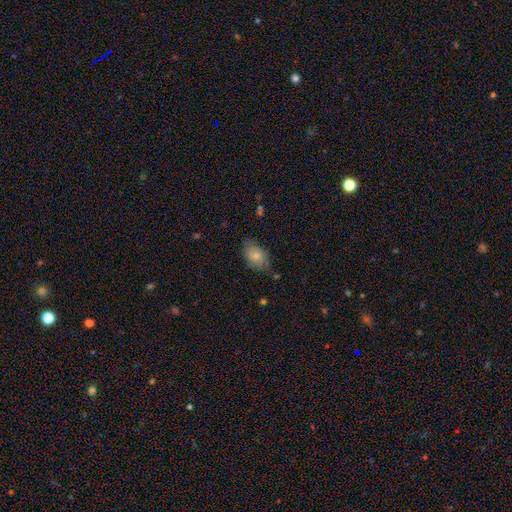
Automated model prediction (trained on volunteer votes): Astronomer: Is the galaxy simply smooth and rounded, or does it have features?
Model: smooth — 78%.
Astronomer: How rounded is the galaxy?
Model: in between — 89%.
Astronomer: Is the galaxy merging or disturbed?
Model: none — 71%.